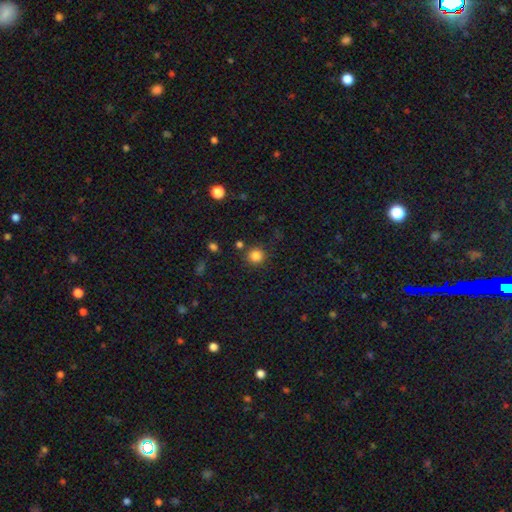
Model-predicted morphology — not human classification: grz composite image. It shows a smooth galaxy with no disk features (83%) that is round (93%). Merging: none (83%).